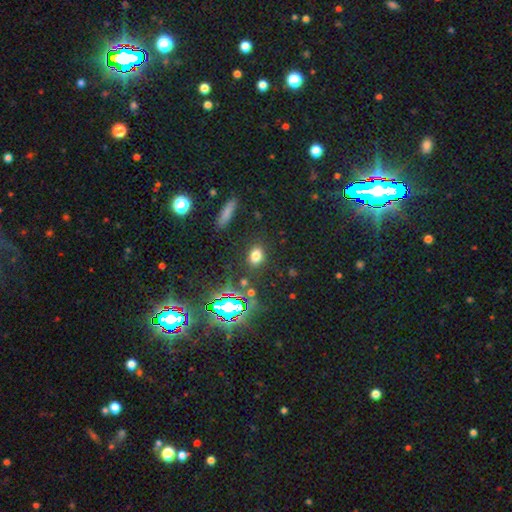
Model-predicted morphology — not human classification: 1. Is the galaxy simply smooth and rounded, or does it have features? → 70% smooth, 23% star or artifact, 7% featured or disk.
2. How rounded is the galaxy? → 70% in between, 27% round, 3% cigar-shaped.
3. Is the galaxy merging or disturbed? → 85% none, 9% minor disturbance, 3% major disturbance, 3% merger.